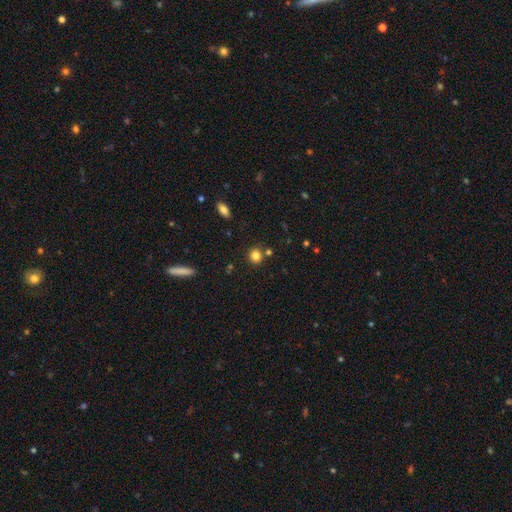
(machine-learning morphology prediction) smooth_or_featured: smooth (p=0.82) [alt: star or artifact p=0.12]
how_rounded: round (p=0.86) [alt: in between p=0.13]
merging: none (p=0.80) [alt: merger p=0.10]